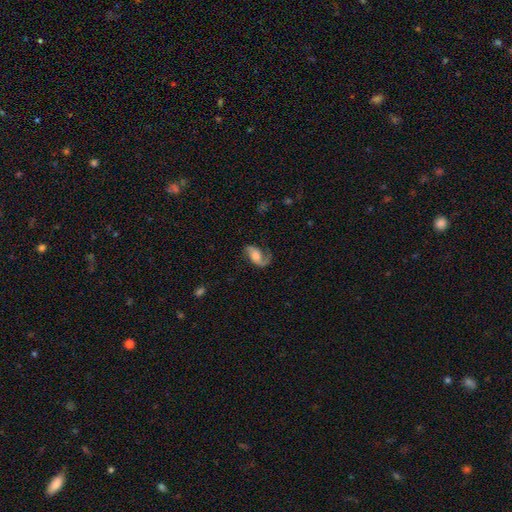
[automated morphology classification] smooth-or-featured: featured or disk: 79% | smooth: 14% | star or artifact: 7%
  disk-edge-on: no: 97% | yes: 3%
    bar: no: 54% | weak: 34% | strong: 12%
    has-spiral-arms: yes: 95% | no: 5%
      spiral-winding: loose: 52% | medium: 38% | tight: 10%
      spiral-arm-count: 2: 78% | 1: 17% | can't tell: 2% | 3: 1% | 4: 1% | more than 4: 1%
    bulge-size: moderate: 37% | large: 28% | small: 18% | none: 13% | dominant: 4%
  merging: none: 64% | minor disturbance: 18% | major disturbance: 16% | merger: 2%